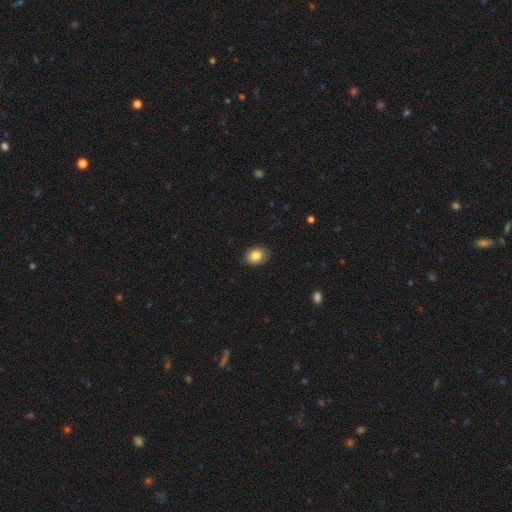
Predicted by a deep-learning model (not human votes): The model was most divided on "how rounded": in between: 67%, round: 32%, cigar-shaped: 1%. More confident: merging — none (84%); smooth or featured — smooth (81%).